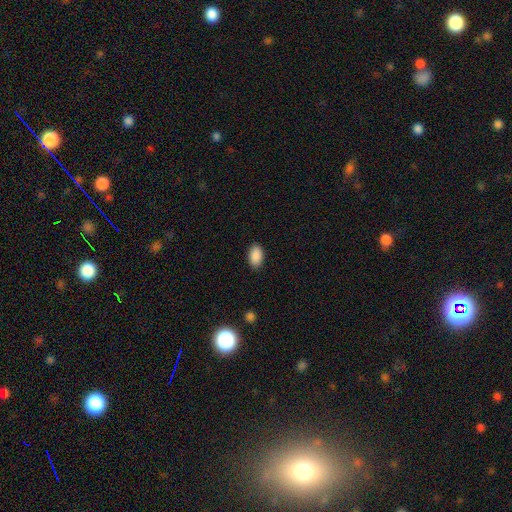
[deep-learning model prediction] Smooth or featured?
  - smooth: 89% *
  - star or artifact: 7%
  - featured or disk: 3%
How rounded?
  - in between: 93% *
  - round: 6%
  - cigar-shaped: 1%
Merging?
  - none: 87% *
  - minor disturbance: 9%
  - major disturbance: 2%
  - merger: 1%